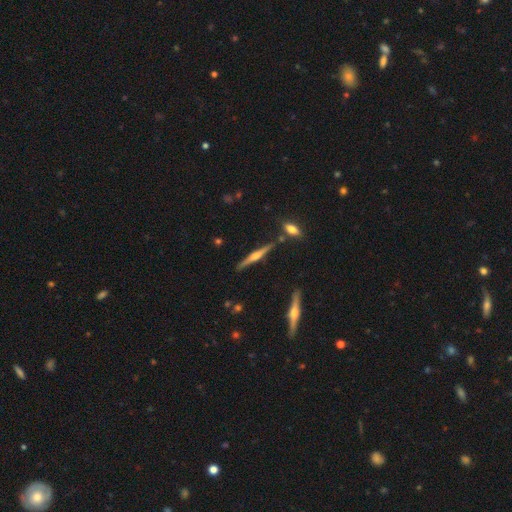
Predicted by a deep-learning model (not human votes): Q: Smooth or featured?
A: featured or disk (74%); runner-up: smooth (20%)
Q: Edge-on disk?
A: yes (98%); runner-up: no (2%)
Q: Edge-on bulge?
A: rounded (79%); runner-up: boxy (14%)
Q: Merging?
A: none (85%); runner-up: minor disturbance (9%)